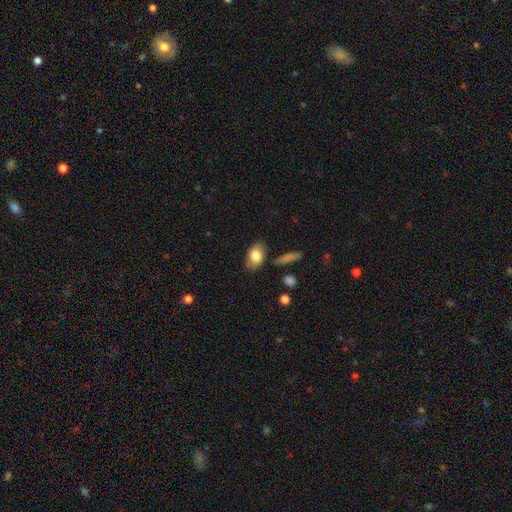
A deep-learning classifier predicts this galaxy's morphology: The model was most divided on "merging": none: 75%, minor disturbance: 17%, major disturbance: 4%, merger: 4%. More confident: how rounded — in between (88%); smooth or featured — smooth (79%).